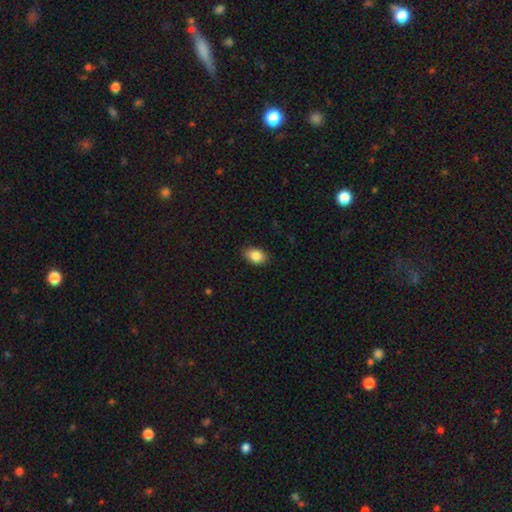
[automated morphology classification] smooth-or-featured: smooth: 86% | star or artifact: 8% | featured or disk: 6%
  how-rounded: in between: 82% | round: 17% | cigar-shaped: 1%
  merging: none: 88% | minor disturbance: 9% | major disturbance: 2% | merger: 1%